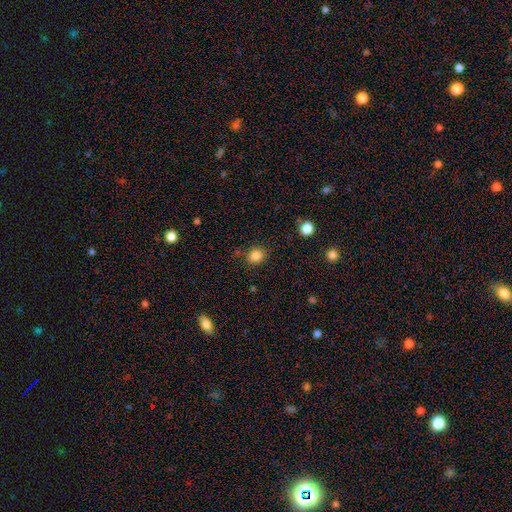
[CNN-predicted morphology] smooth_or_featured: smooth (p=0.84) [alt: star or artifact p=0.11]
how_rounded: round (p=0.75) [alt: in between p=0.24]
merging: none (p=0.83) [alt: minor disturbance p=0.11]